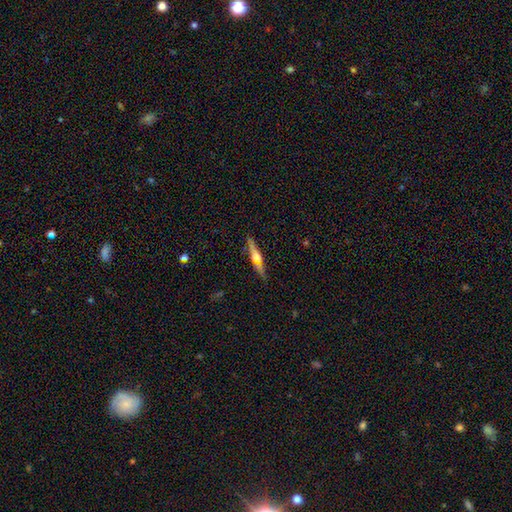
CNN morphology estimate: The model was most divided on "smooth or featured": featured or disk: 70%, smooth: 22%, star or artifact: 7%. More confident: edge-on disk — yes (97%); edge-on bulge — rounded (87%); merging — none (84%).